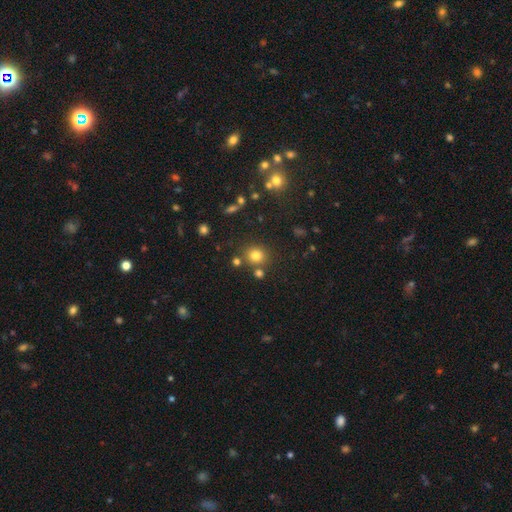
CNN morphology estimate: smooth 77%, star or artifact 16%, featured or disk 7%. Down the decision tree: how rounded — round (85%); merging — none (77%).